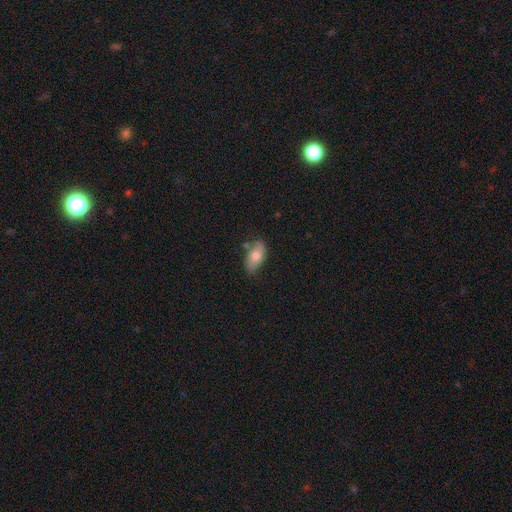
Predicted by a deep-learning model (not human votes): The model was most divided on "smooth or featured": smooth: 70%, featured or disk: 23%, star or artifact: 7%. More confident: how rounded — in between (90%); merging — none (71%).